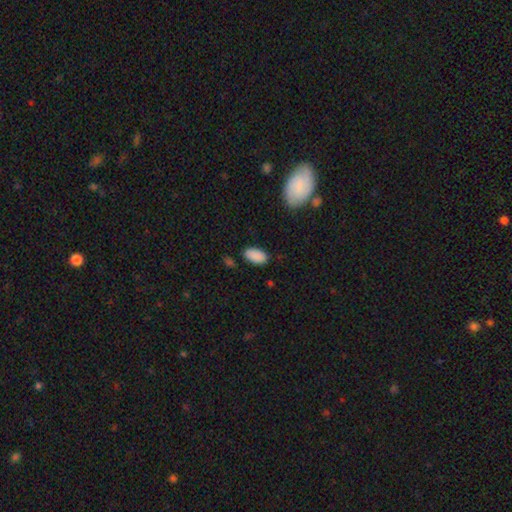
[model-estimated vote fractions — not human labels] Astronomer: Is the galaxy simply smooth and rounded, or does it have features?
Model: smooth — 89%.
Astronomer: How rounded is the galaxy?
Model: in between — 94%.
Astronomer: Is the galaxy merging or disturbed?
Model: none — 82%.